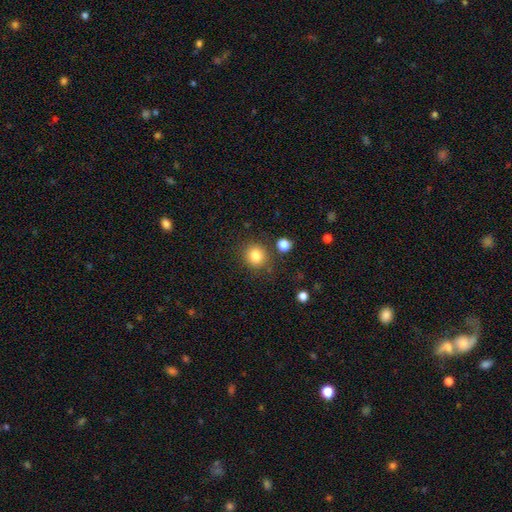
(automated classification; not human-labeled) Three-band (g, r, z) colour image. It shows a smooth galaxy with no disk features (84%) that is round (90%). Merging: none (84%).